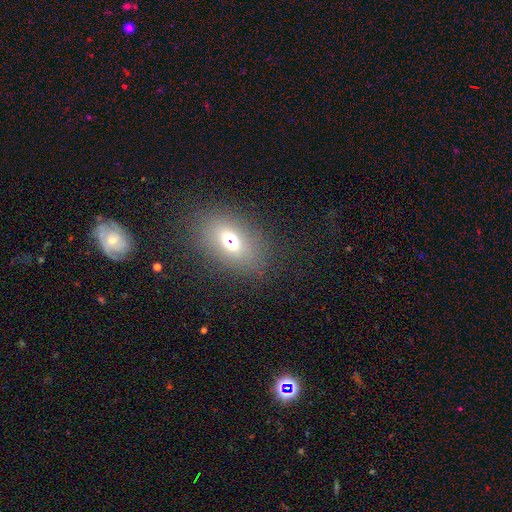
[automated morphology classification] smooth_or_featured: smooth (p=0.65) [alt: star or artifact p=0.20]
how_rounded: in between (p=0.78) [alt: round p=0.19]
merging: none (p=0.82) [alt: minor disturbance p=0.11]